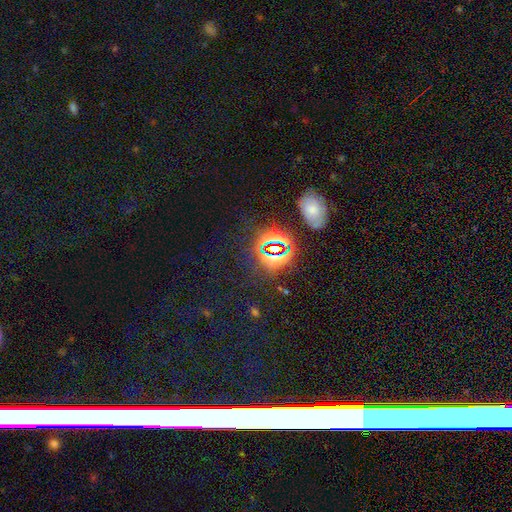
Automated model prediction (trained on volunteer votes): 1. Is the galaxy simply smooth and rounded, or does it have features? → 56% star or artifact, 30% smooth, 15% featured or disk.